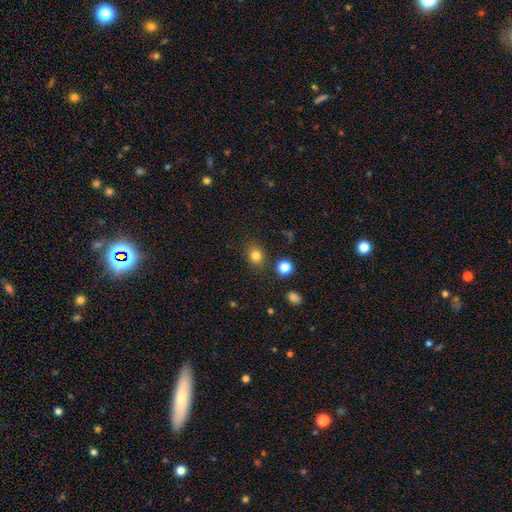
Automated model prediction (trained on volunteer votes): A smooth galaxy with no disk features (81%) that is round (57%).

Vote fractions:
- Smooth or featured? smooth: 81% / star or artifact: 13% / featured or disk: 6%
- How rounded? round: 57% / in between: 42% / cigar-shaped: 1%
- Merging? none: 82% / minor disturbance: 11% / merger: 4% / major disturbance: 3%